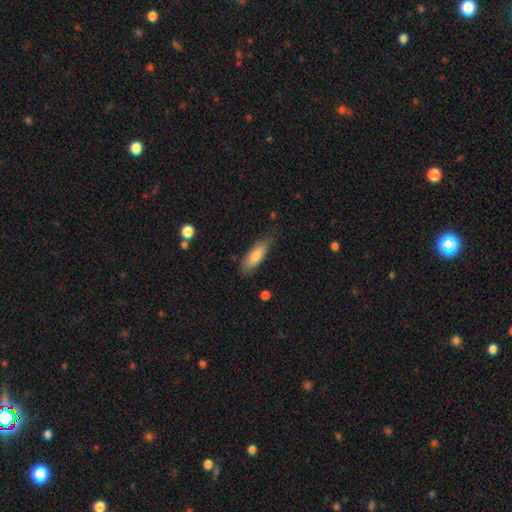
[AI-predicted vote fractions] Q: Smooth or featured?
A: smooth (79%); runner-up: featured or disk (15%)
Q: How rounded?
A: in between (57%); runner-up: cigar-shaped (42%)
Q: Merging?
A: none (76%); runner-up: minor disturbance (18%)